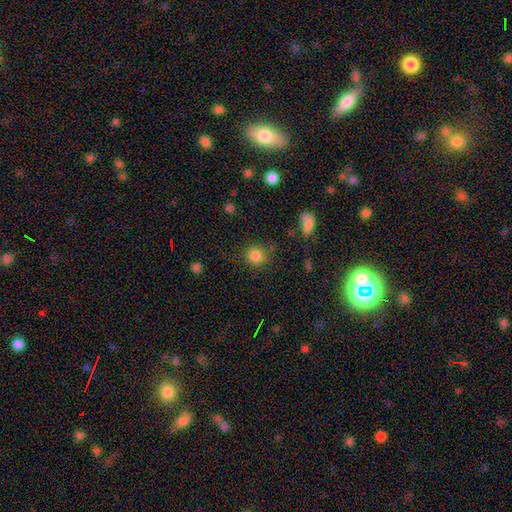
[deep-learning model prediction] Smooth or featured? smooth (84%)
How rounded? round (87%)
Merging? none (82%)